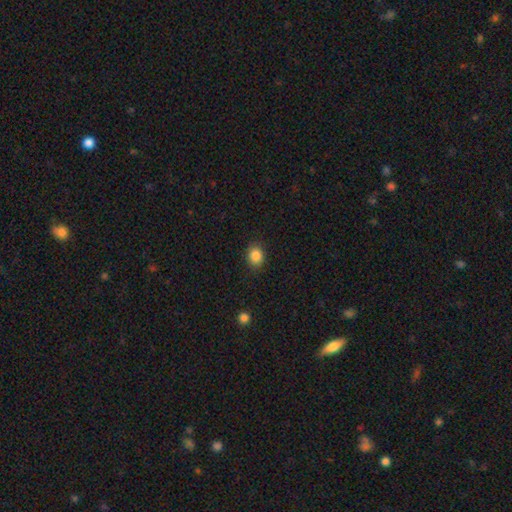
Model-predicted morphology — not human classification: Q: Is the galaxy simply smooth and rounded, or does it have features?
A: smooth — 86%.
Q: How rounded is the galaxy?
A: round — 52%.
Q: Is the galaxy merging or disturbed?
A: none — 86%.